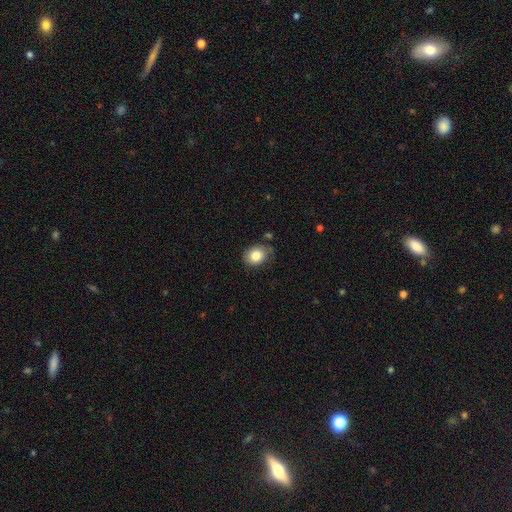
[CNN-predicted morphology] type=smooth (84%); roundness=round (51%); merging=none (73%).